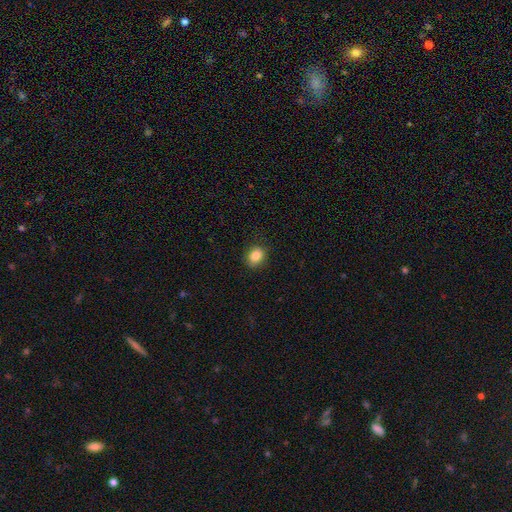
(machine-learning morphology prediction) smooth_or_featured: smooth (p=0.85) [alt: star or artifact p=0.09]
how_rounded: in between (p=0.52) [alt: round p=0.47]
merging: none (p=0.84) [alt: minor disturbance p=0.12]